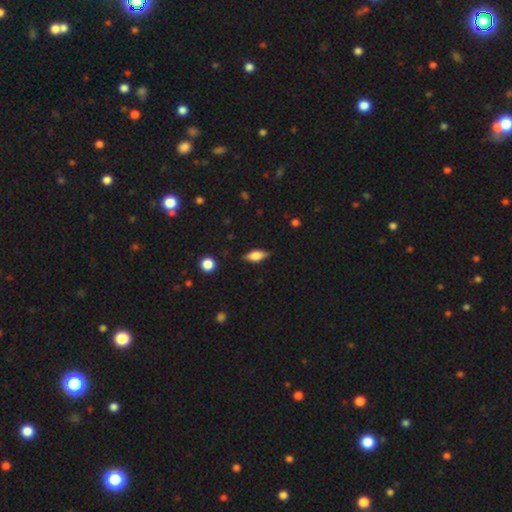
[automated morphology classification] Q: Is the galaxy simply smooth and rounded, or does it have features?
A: smooth — 60%.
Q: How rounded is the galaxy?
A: in between — 74%.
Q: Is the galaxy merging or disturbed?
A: none — 84%.